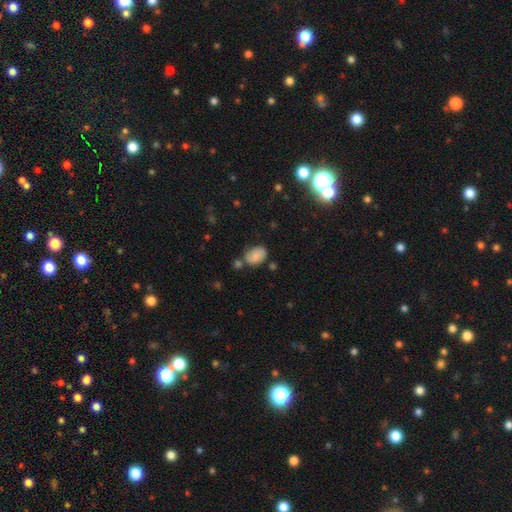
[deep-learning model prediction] A smooth galaxy with no disk features (74%) that is in between round and cigar-shaped (78%). Merging: none (57%).